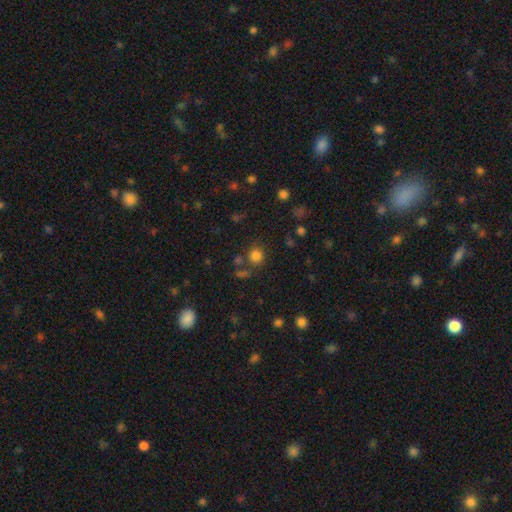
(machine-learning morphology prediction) smooth-or-featured: smooth: 79% | star or artifact: 15% | featured or disk: 5%
  how-rounded: round: 87% | in between: 12% | cigar-shaped: 1%
  merging: none: 73% | minor disturbance: 11% | merger: 11% | major disturbance: 5%